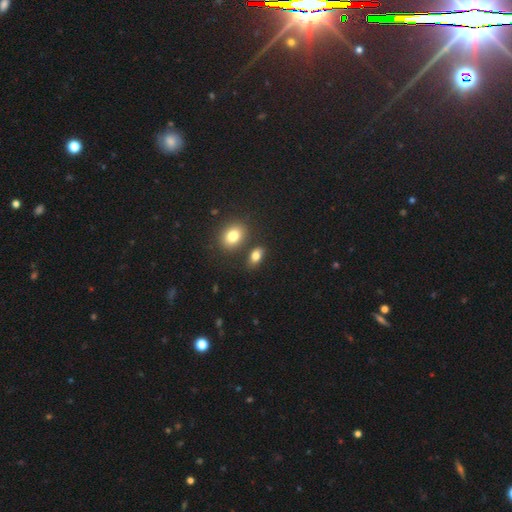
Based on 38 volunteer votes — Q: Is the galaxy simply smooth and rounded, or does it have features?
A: smooth — 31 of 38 (82%).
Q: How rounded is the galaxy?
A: in between — 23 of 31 (74%).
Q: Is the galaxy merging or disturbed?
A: none — 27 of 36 (75%).